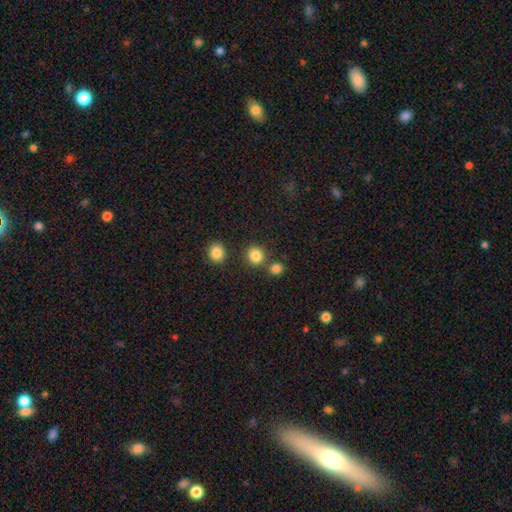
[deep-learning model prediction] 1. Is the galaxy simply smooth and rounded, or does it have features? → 84% smooth, 12% star or artifact, 4% featured or disk.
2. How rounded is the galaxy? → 85% round, 14% in between, 1% cigar-shaped.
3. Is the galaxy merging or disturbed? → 76% none, 13% merger, 8% minor disturbance, 3% major disturbance.